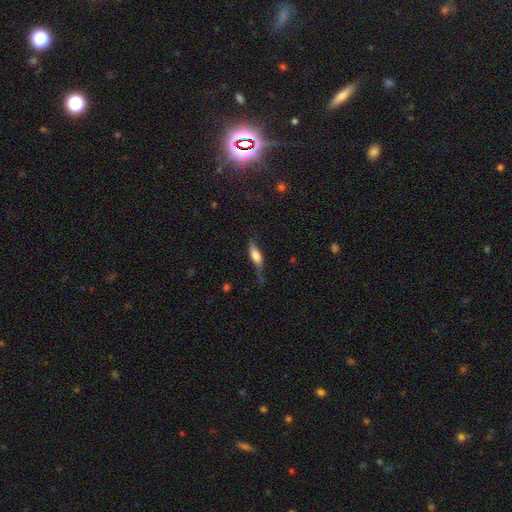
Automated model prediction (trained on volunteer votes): This appears to be a smooth galaxy with no disk features (65%) that is in between round and cigar-shaped (56%). Merging: none (44%).